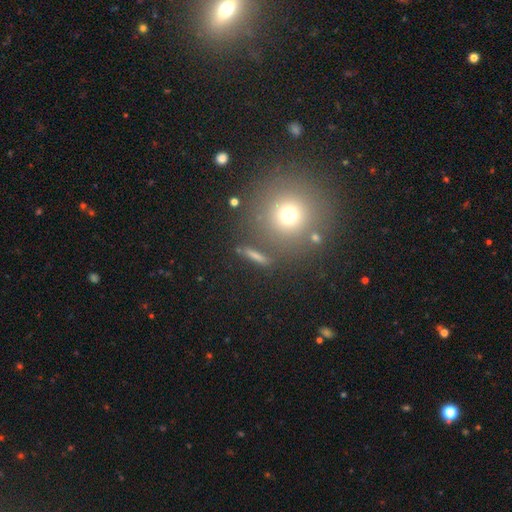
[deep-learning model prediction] Smooth or featured? smooth (56%)
How rounded? cigar-shaped (42%)
Merging? none (81%)